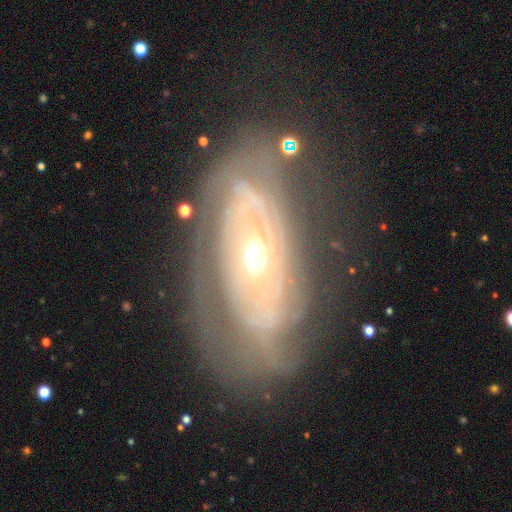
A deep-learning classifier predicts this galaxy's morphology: This appears to be a featured or disk galaxy (83%) with no bar (77%), tight (68%) spiral arms (75%) and a moderate central bulge (70%). Merging: none (60%).